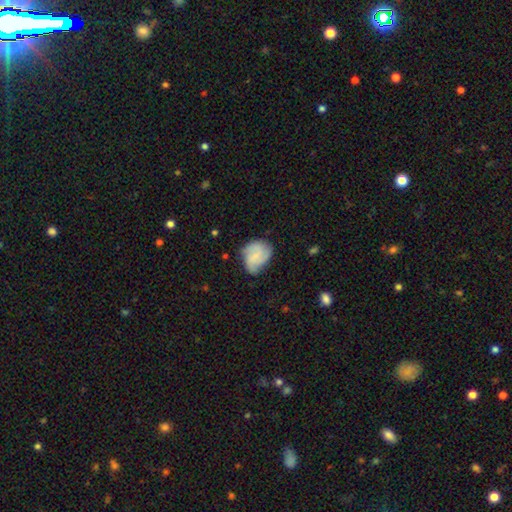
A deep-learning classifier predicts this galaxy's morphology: A featured or disk galaxy (53%) with no bar (57%), spiral arms (89%) and a small central bulge (44%). Merging: none (60%).